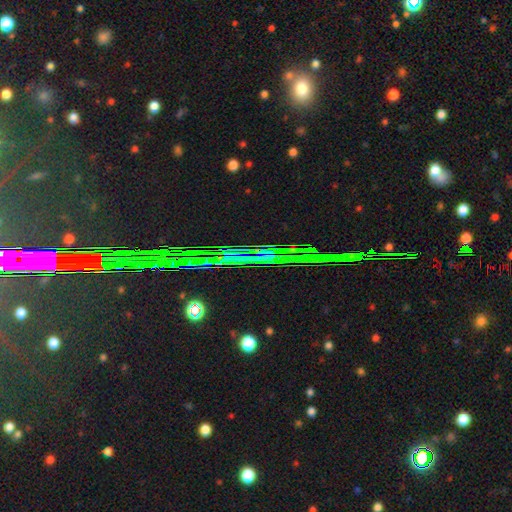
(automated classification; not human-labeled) This is clearly a star or artifact rather than a galaxy (82%).